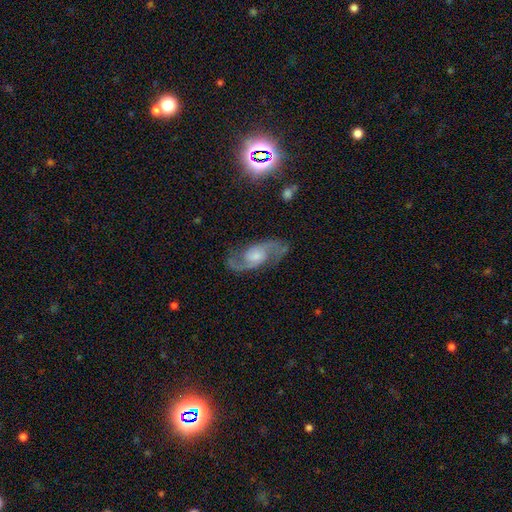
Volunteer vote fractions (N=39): Q: Smooth or featured?
A: featured or disk (92%); runner-up: star or artifact (8%)
Q: Edge-on disk?
A: no (94%); runner-up: yes (6%)
Q: Bar?
A: no (62%); runner-up: weak (35%)
Q: Spiral arms?
A: yes (97%); runner-up: no (3%)
Q: Spiral winding?
A: medium (76%); runner-up: loose (15%)
Q: Spiral arm count?
A: 2 (100%)
Q: Bulge size?
A: moderate (50%); runner-up: small (38%)
Q: Merging?
A: none (83%); runner-up: minor disturbance (14%)